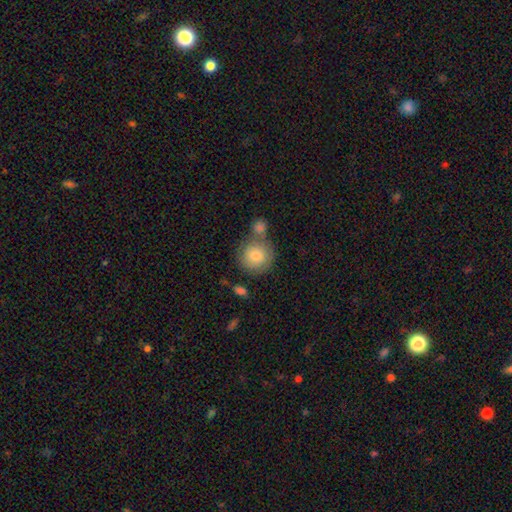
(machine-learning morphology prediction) smooth_or_featured: smooth (p=0.80) [alt: featured or disk p=0.13]
how_rounded: round (p=0.92) [alt: in between p=0.07]
merging: none (p=0.59) [alt: merger p=0.25]